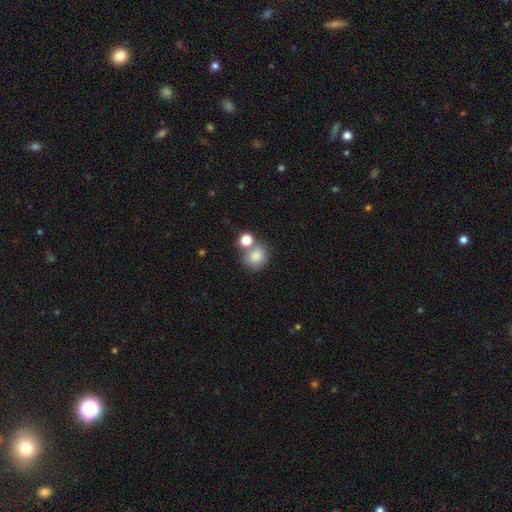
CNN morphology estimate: This appears to be a smooth galaxy with no disk features (83%) that is round (75%). Merging: none (53%).